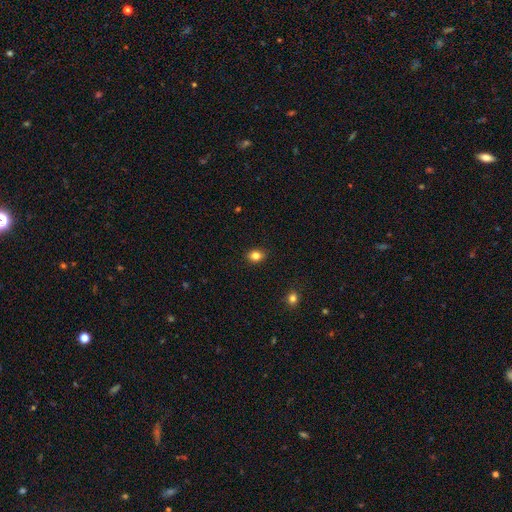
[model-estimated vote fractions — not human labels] Q: Smooth or featured?
A: smooth (83%); runner-up: star or artifact (11%)
Q: How rounded?
A: in between (50%); runner-up: round (49%)
Q: Merging?
A: none (90%); runner-up: minor disturbance (8%)